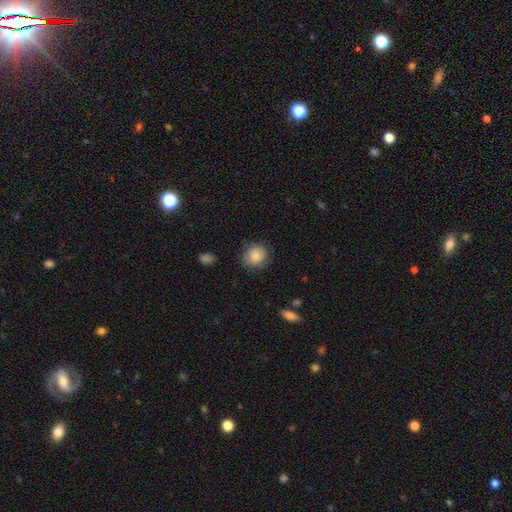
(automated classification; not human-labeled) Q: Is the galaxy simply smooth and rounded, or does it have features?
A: smooth — 82%.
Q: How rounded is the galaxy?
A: round — 74%.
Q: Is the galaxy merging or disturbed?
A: none — 73%.